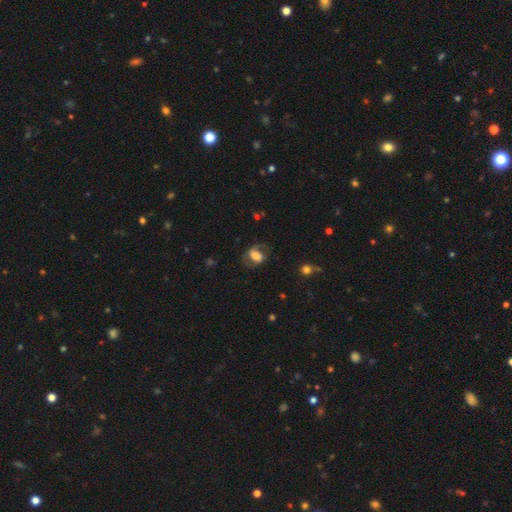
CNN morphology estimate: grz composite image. It shows a featured or disk galaxy (52%). Merging: none (63%).